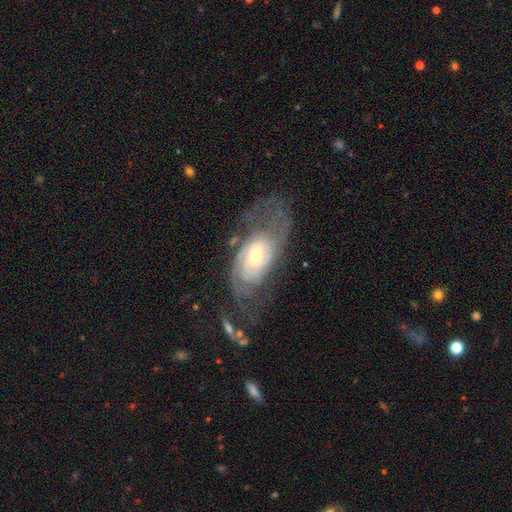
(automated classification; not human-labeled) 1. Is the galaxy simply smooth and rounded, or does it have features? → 82% featured or disk, 12% smooth, 6% star or artifact.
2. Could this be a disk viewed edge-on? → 94% no, 6% yes.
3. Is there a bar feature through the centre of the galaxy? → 48% no, 41% weak, 11% strong.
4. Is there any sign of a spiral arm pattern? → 92% yes, 8% no.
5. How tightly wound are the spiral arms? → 57% tight, 32% medium, 11% loose.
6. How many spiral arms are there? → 42% 2, 33% can't tell, 11% 3, 5% 4, 4% 1, 4% more than 4.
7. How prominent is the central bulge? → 61% moderate, 29% small, 7% large, 1% none, 1% dominant.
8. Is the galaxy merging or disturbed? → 54% none, 22% major disturbance, 21% minor disturbance, 3% merger.